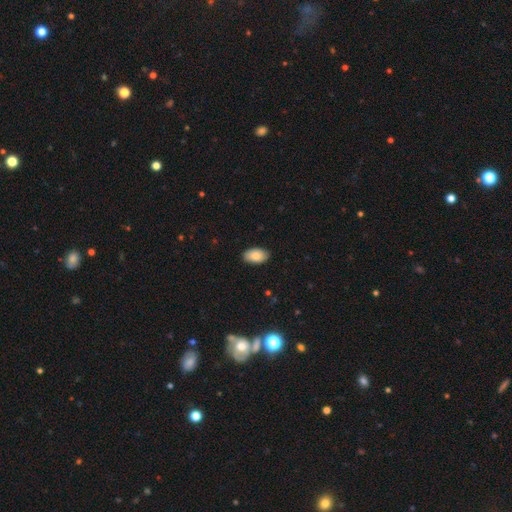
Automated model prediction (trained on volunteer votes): smooth_or_featured: smooth (p=0.85) [alt: featured or disk p=0.08]
how_rounded: in between (p=0.95) [alt: round p=0.04]
merging: none (p=0.88) [alt: minor disturbance p=0.09]